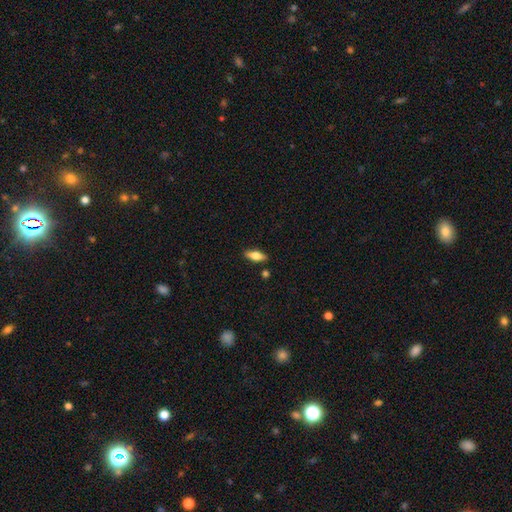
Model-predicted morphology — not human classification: This appears to be a smooth galaxy with no disk features (64%) that is in between round and cigar-shaped (72%). Merging: none (86%).